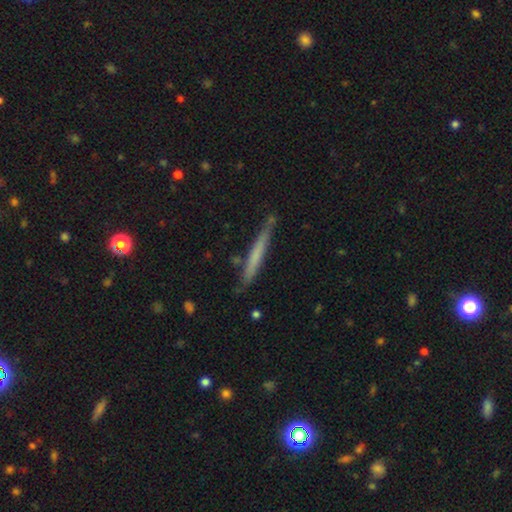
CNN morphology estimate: type=smooth (53%); roundness=cigar-shaped (96%); merging=none (81%).